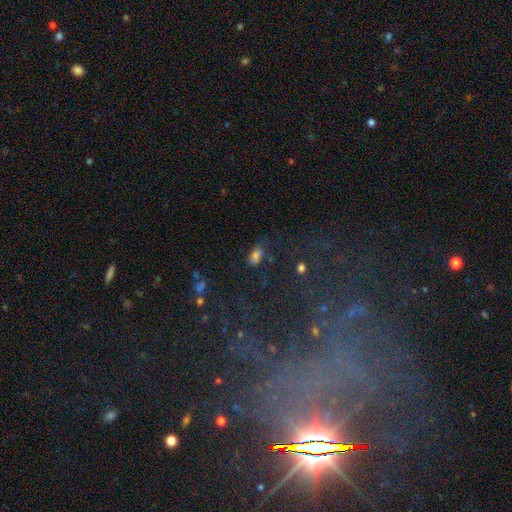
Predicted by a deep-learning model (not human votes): smooth_or_featured: smooth (p=0.72) [alt: star or artifact p=0.17]
how_rounded: in between (p=0.88) [alt: round p=0.07]
merging: none (p=0.59) [alt: minor disturbance p=0.24]